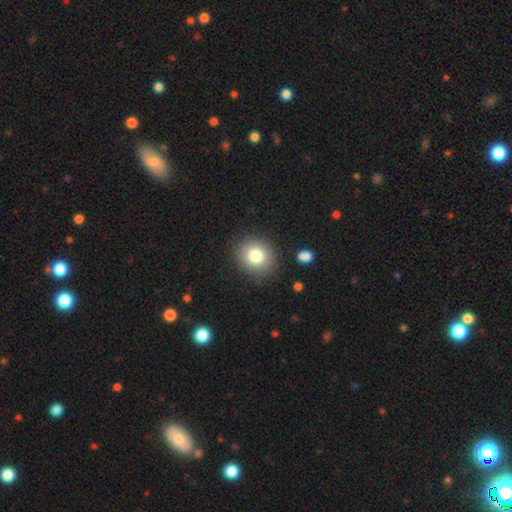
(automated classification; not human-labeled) A smooth galaxy with no disk features (81%) that is round (78%).

Vote fractions:
- Smooth or featured? smooth: 81% / star or artifact: 10% / featured or disk: 9%
- How rounded? round: 78% / in between: 21% / cigar-shaped: 1%
- Merging? none: 86% / minor disturbance: 9% / major disturbance: 3% / merger: 2%